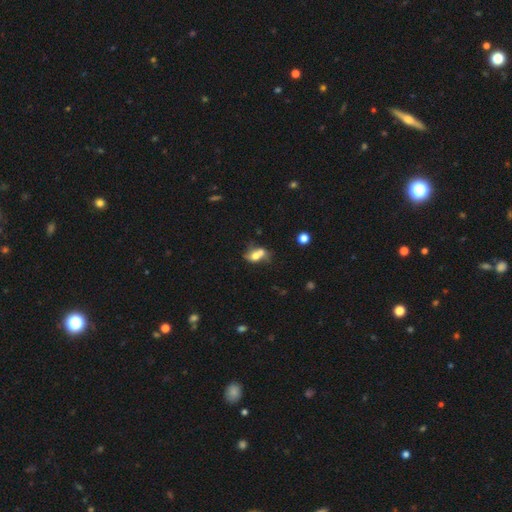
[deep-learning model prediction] A smooth galaxy with no disk features (60%) that is in between round and cigar-shaped (67%). Merging: merger (58%).